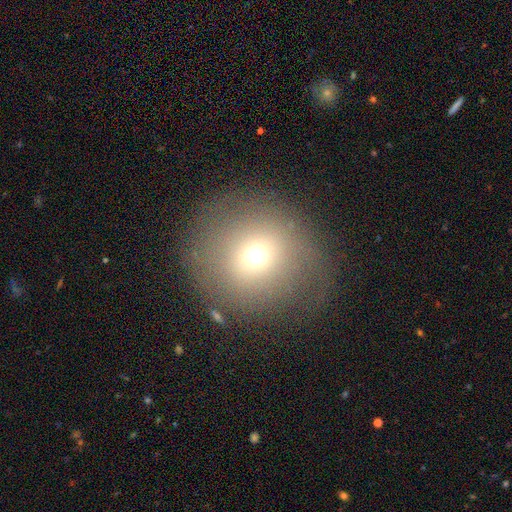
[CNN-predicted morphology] The model was most divided on "smooth or featured": smooth: 65%, star or artifact: 18%, featured or disk: 17%. More confident: how rounded — round (91%); merging — none (80%).